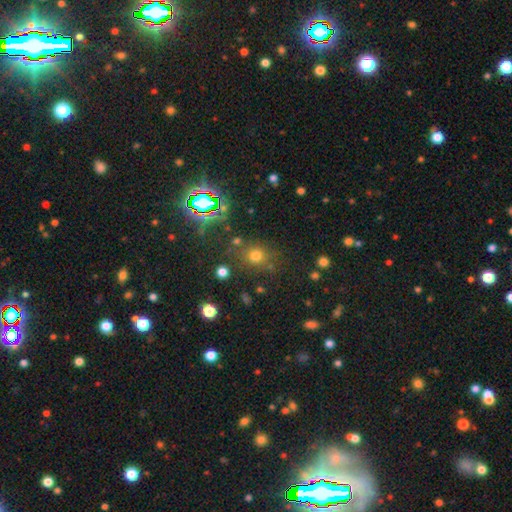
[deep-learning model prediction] Smooth or featured? smooth (66%)
How rounded? round (82%)
Merging? none (74%)